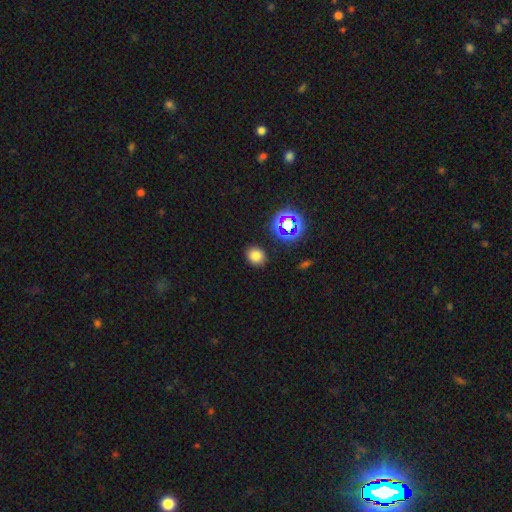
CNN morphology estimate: Smooth or featured? smooth (75%)
How rounded? round (63%)
Merging? none (87%)